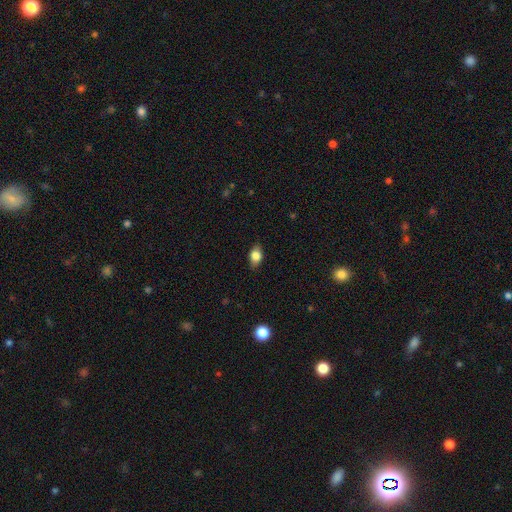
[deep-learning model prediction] Smooth or featured: smooth — 78% (featured or disk — 14%)
How rounded: in between — 82% (round — 15%)
Merging: none — 83% (minor disturbance — 13%)